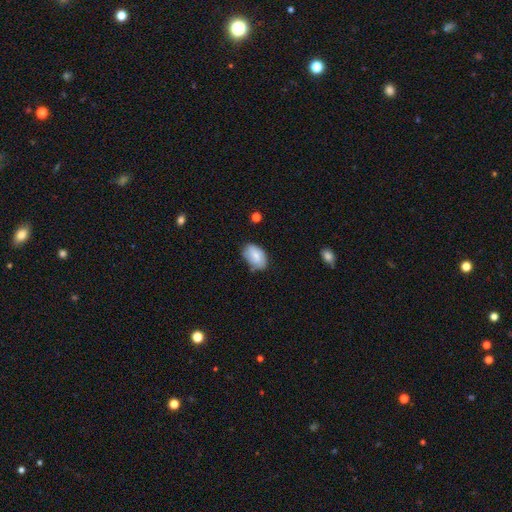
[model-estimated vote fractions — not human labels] This appears to be a smooth galaxy with no disk features (78%) that is in between round and cigar-shaped (90%). Merging: none (66%).